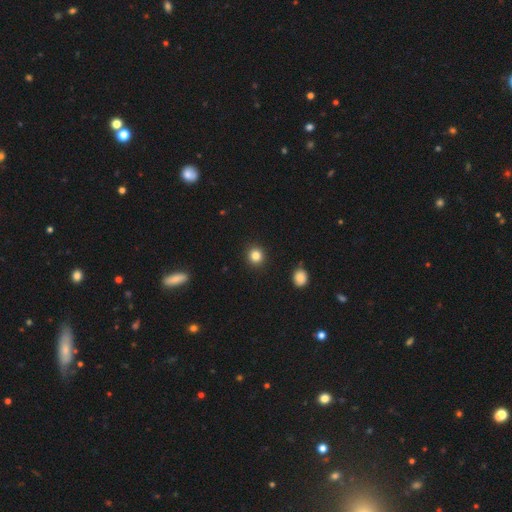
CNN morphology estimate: Smooth or featured? smooth (84%)
How rounded? round (91%)
Merging? none (92%)